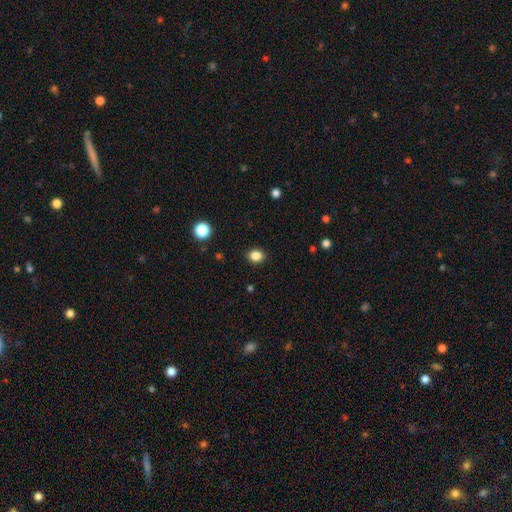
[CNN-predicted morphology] A smooth galaxy with no disk features (86%) that is round (51%).

Vote fractions:
- Smooth or featured? smooth: 86% / star or artifact: 11% / featured or disk: 3%
- How rounded? round: 51% / in between: 48% / cigar-shaped: 1%
- Merging? none: 90% / minor disturbance: 7% / major disturbance: 2% / merger: 1%